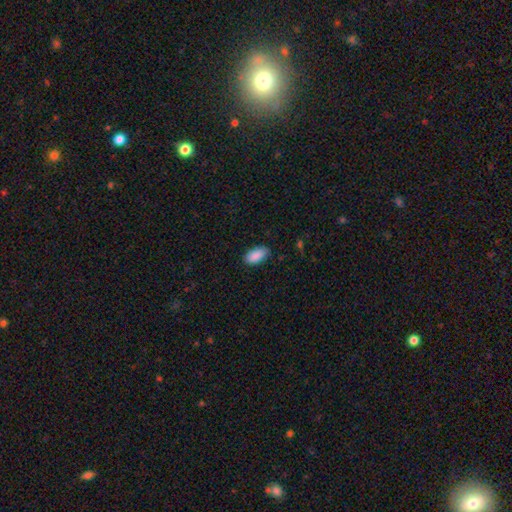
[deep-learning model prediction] Morphology: type=smooth (90%); roundness=in between (93%); merging=none (83%).